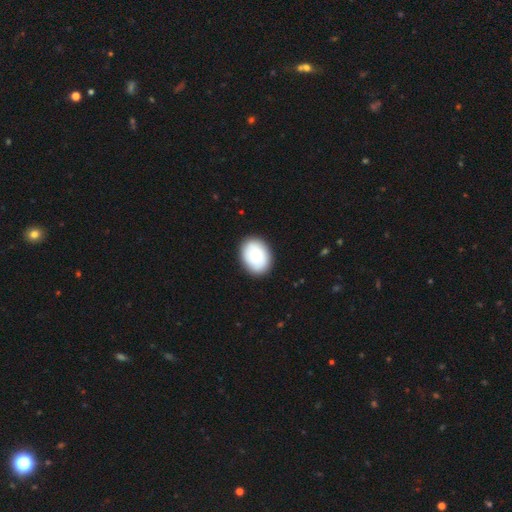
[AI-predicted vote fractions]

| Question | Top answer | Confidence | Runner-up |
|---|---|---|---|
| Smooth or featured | smooth | 79% | featured or disk (15%) |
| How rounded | in between | 68% | round (31%) |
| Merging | none | 87% | minor disturbance (9%) |